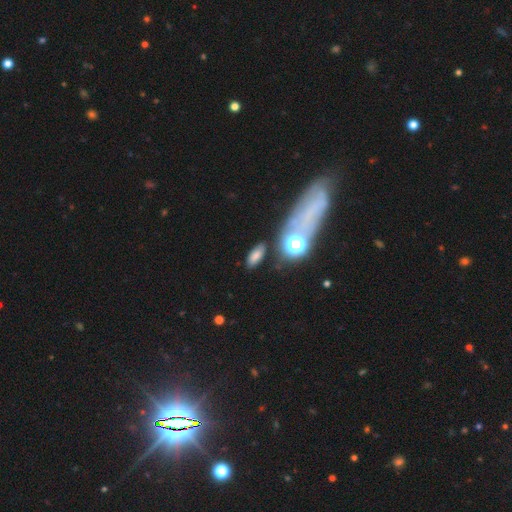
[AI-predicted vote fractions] smooth 71%, star or artifact 18%, featured or disk 11%. Down the decision tree: how rounded — in between (83%); merging — none (78%).